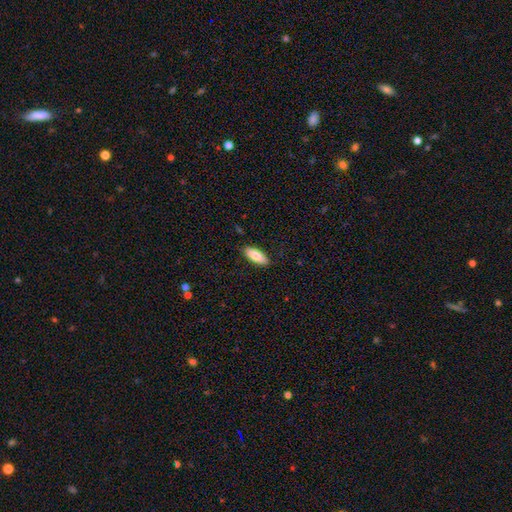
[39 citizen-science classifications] A smooth galaxy with no disk features (90%) that is in between round and cigar-shaped (86%).

Vote fractions:
- Smooth or featured? smooth: 90% / featured or disk: 5% / star or artifact: 5%
- How rounded? in between: 86% / cigar-shaped: 11% / round: 3%
- Merging? none: 92% / minor disturbance: 8% / major disturbance: 0% / merger: 0%